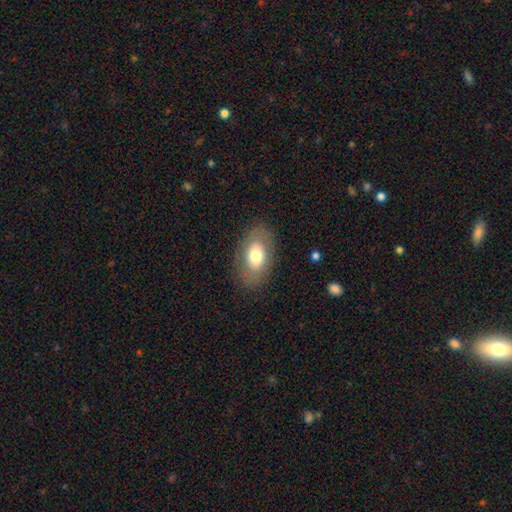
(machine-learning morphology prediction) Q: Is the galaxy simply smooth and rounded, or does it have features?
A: smooth — 67%.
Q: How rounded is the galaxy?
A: in between — 88%.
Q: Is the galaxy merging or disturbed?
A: none — 83%.